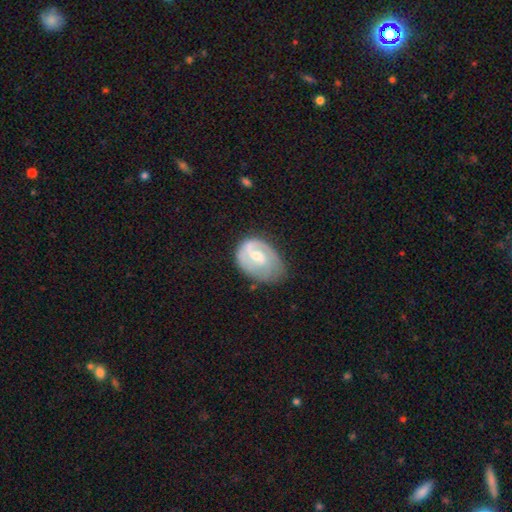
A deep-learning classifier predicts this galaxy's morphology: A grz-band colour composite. It shows a featured or disk galaxy (71%) with a weak bar (52%), 2 (39%, tied with 1) tight (48%) spiral arms (87%) and a moderate central bulge (53%). Merging: none (54%).